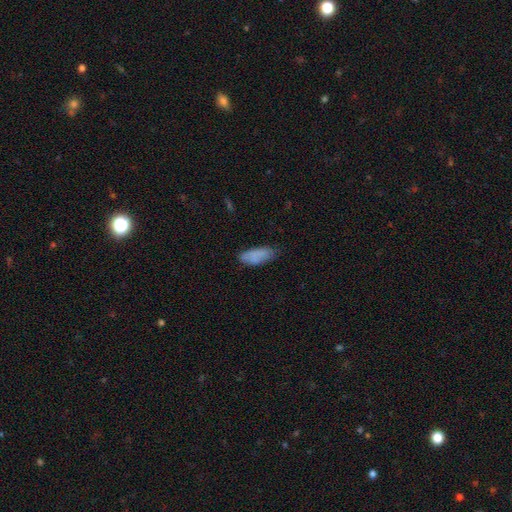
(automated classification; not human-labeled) smooth 83%, featured or disk 10%, star or artifact 7%. Down the decision tree: how rounded — in between (81%); merging — none (67%).